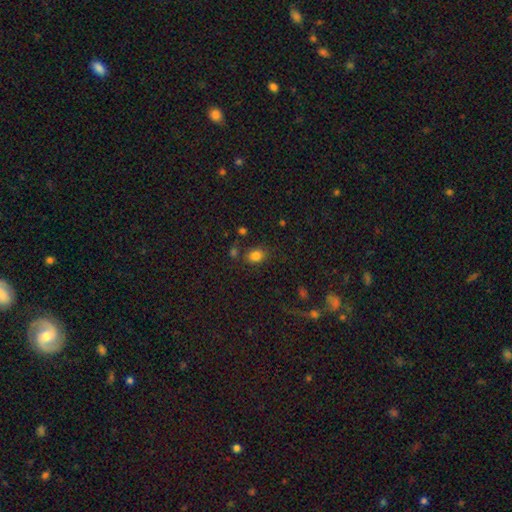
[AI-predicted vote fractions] Smooth or featured? smooth (81%)
How rounded? in between (64%)
Merging? none (76%)